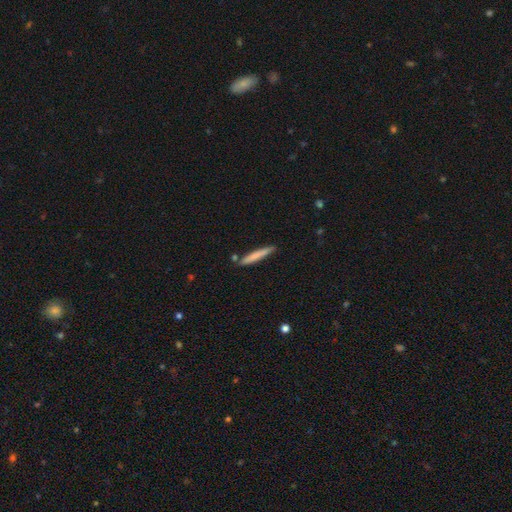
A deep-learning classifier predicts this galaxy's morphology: A smooth galaxy with no disk features (74%) that is cigar-shaped (95%). Merging: none (84%).